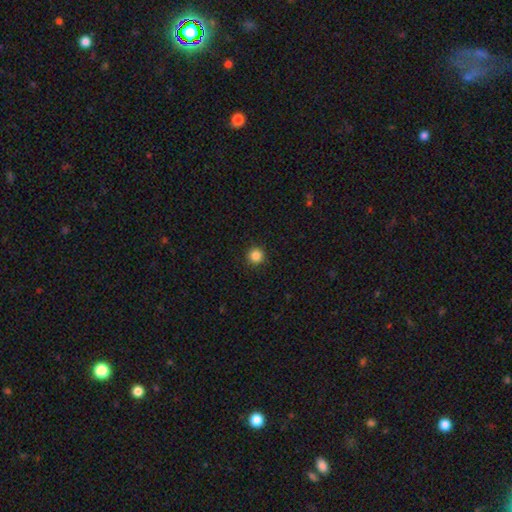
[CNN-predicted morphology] Smooth or featured: smooth — 86% (star or artifact — 11%)
How rounded: round — 96% (in between — 3%)
Merging: none — 93% (minor disturbance — 5%)